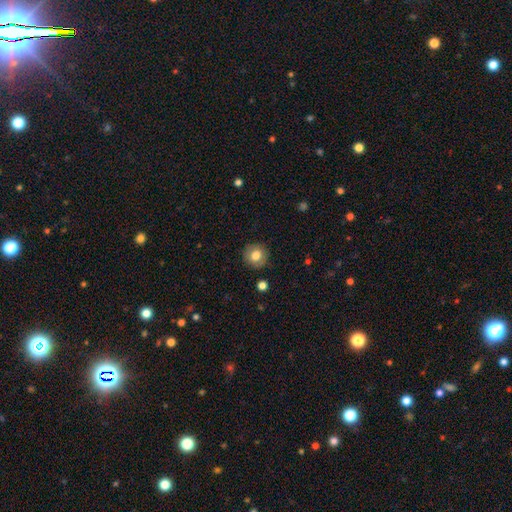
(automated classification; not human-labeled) smooth-or-featured: smooth: 79% | featured or disk: 12% | star or artifact: 9%
  how-rounded: round: 91% | in between: 8% | cigar-shaped: 1%
  merging: none: 89% | minor disturbance: 8% | major disturbance: 2% | merger: 1%